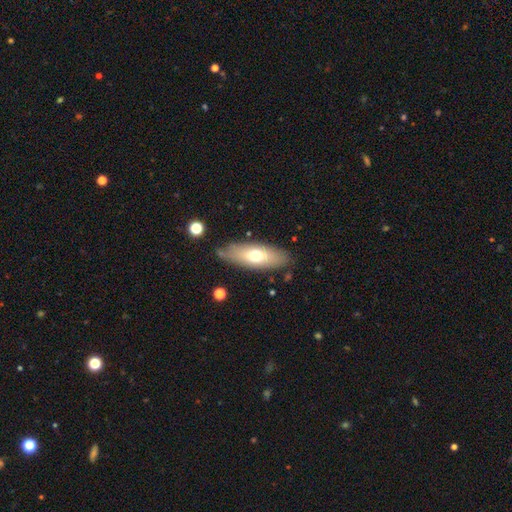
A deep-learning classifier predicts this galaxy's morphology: type=smooth (63%); roundness=in between (67%); merging=none (79%).